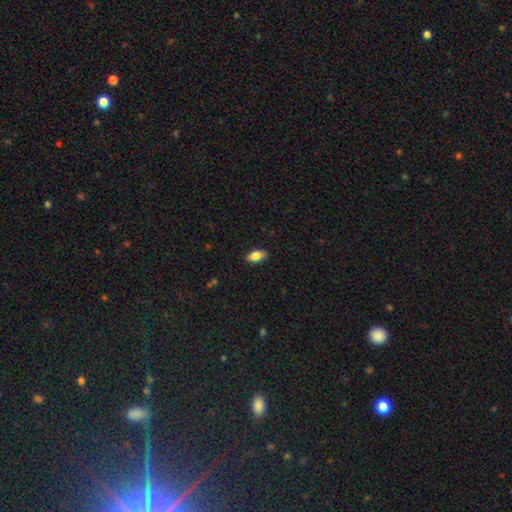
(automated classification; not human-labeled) Morphology: type=smooth (83%); roundness=in between (91%); merging=none (88%).